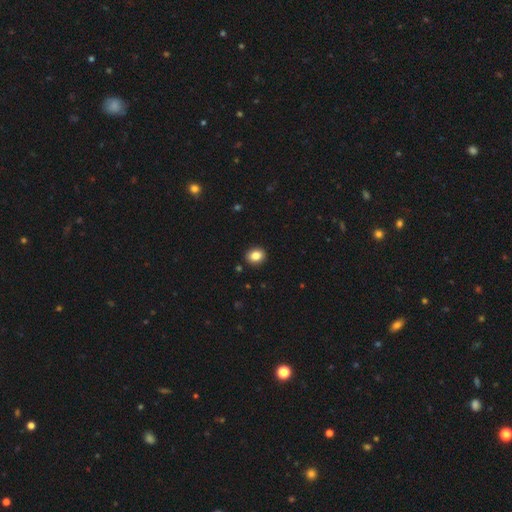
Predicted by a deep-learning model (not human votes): Smooth or featured? Predicted: smooth (p=0.85). How rounded? Predicted: round (p=0.57). Merging? Predicted: none (p=0.91).